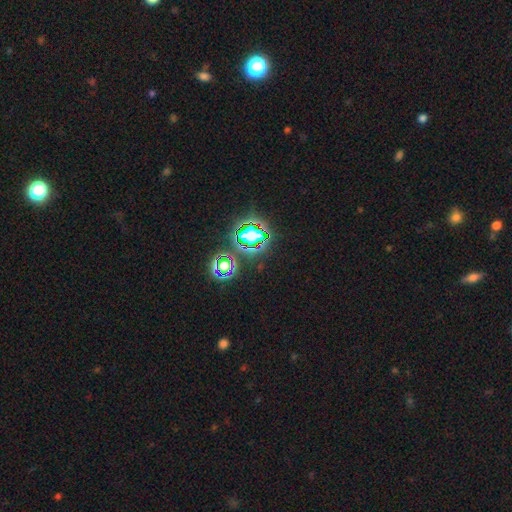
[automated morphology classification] This appears to be a star or artifact, not a galaxy (75%).